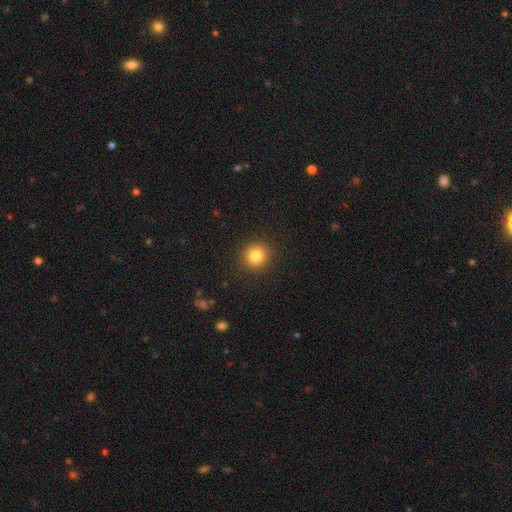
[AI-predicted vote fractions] Overall: smooth (82%). How rounded: round (92%). Merging: none (91%).